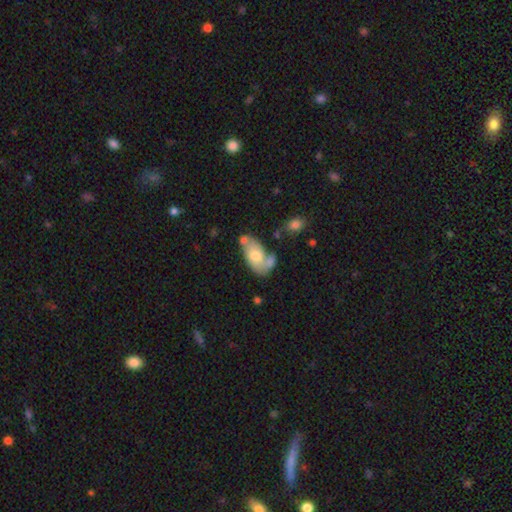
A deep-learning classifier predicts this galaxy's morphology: smooth-or-featured: smooth: 59% | featured or disk: 35% | star or artifact: 7%
  how-rounded: in between: 92% | round: 5% | cigar-shaped: 3%
  merging: none: 41% | merger: 28% | minor disturbance: 21% | major disturbance: 9%